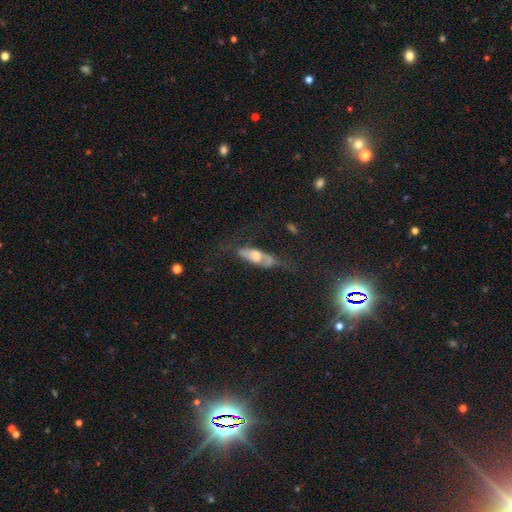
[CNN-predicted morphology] A featured or disk galaxy (49%). Merging: none (36%).